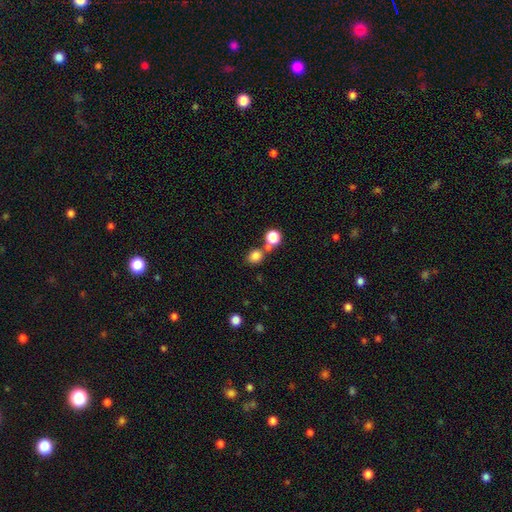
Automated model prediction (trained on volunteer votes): A smooth galaxy with no disk features (81%) that is round (67%).

Vote fractions:
- Smooth or featured? smooth: 81% / star or artifact: 13% / featured or disk: 6%
- How rounded? round: 67% / in between: 32% / cigar-shaped: 1%
- Merging? none: 58% / merger: 29% / minor disturbance: 9% / major disturbance: 4%